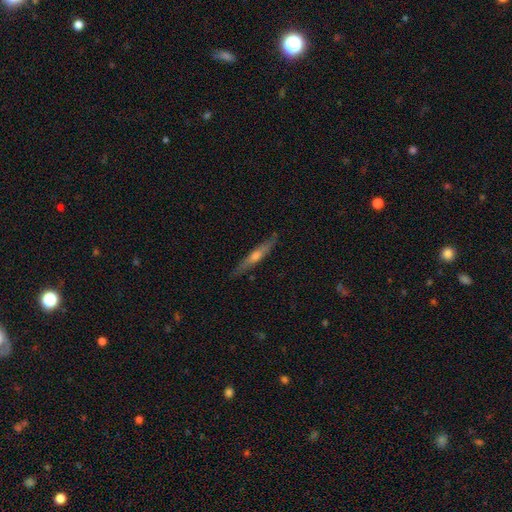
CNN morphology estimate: Smooth or featured? featured or disk (61%)
Edge-on disk? yes (95%)
Edge-on bulge? rounded (78%)
Merging? none (86%)